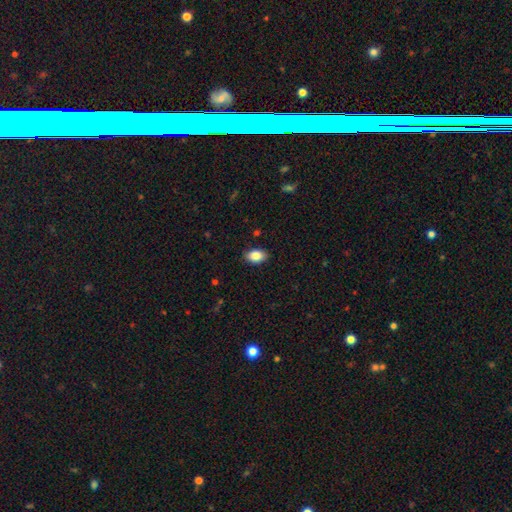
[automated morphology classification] The model was most divided on "smooth or featured": smooth: 86%, star or artifact: 8%, featured or disk: 6%. More confident: how rounded — in between (89%); merging — none (88%).